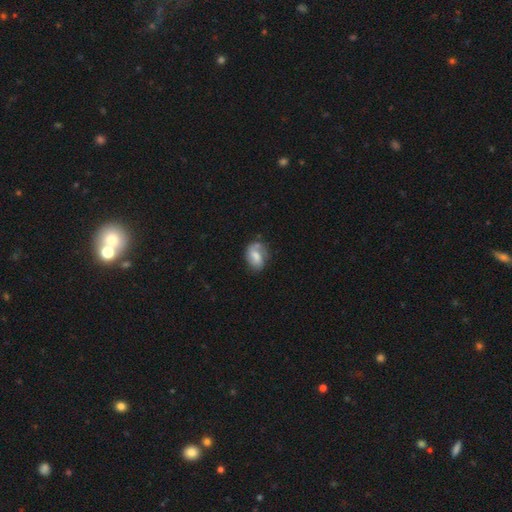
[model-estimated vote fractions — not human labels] This appears to be a smooth galaxy with no disk features (54%) that is in between round and cigar-shaped (80%). Merging: none (52%).